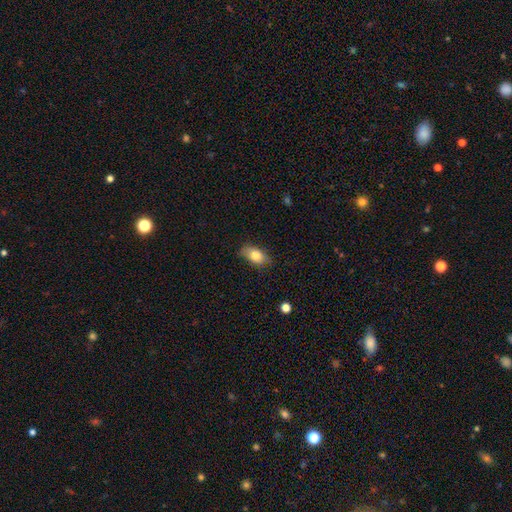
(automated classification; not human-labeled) Q: Smooth or featured?
A: smooth (79%); runner-up: featured or disk (14%)
Q: How rounded?
A: in between (88%); runner-up: round (8%)
Q: Merging?
A: none (74%); runner-up: minor disturbance (21%)